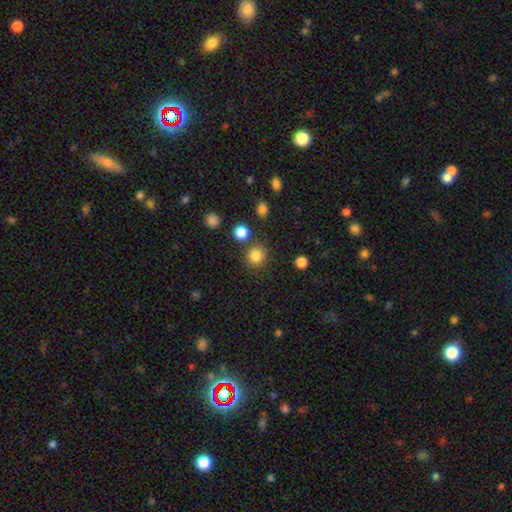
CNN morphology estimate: Smooth or featured? Predicted: smooth (p=0.83). How rounded? Predicted: round (p=0.92). Merging? Predicted: none (p=0.82).